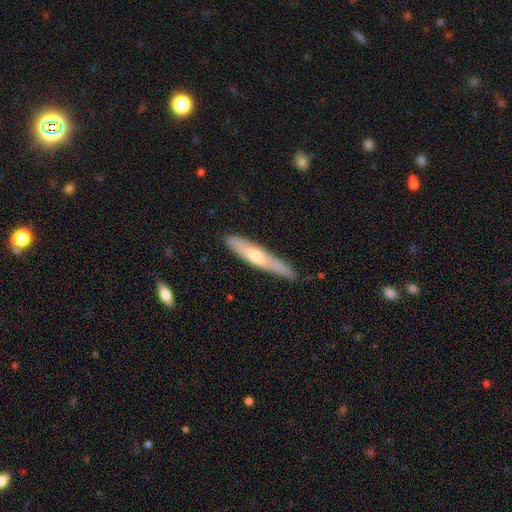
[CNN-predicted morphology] Smooth or featured: smooth — 49% (featured or disk — 46%)
Merging: none — 75% (minor disturbance — 20%)